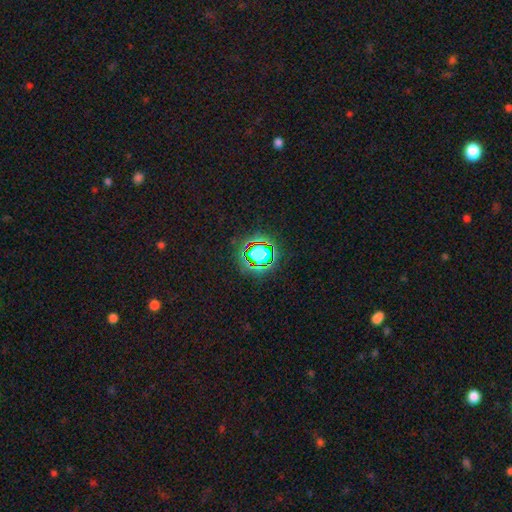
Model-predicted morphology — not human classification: star or artifact 80%, smooth 13%, featured or disk 7%.